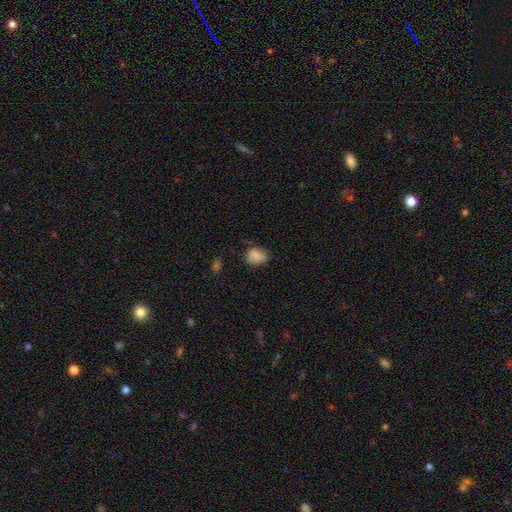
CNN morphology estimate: Overall: smooth (81%). How rounded: in between (64%; round 35%). Merging: none (55%; minor disturbance 33%).